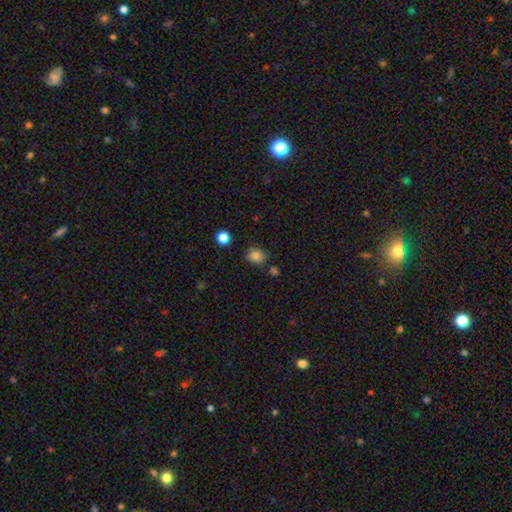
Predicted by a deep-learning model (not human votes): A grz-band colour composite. It shows a smooth galaxy with no disk features (82%) that is round (65%). Merging: none (73%).